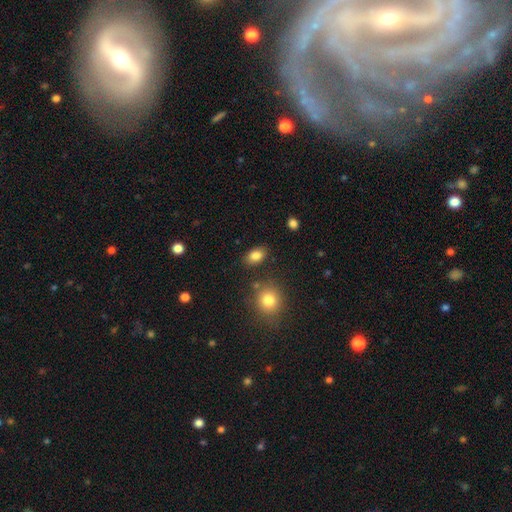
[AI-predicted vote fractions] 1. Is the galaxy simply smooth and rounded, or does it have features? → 84% smooth, 9% star or artifact, 7% featured or disk.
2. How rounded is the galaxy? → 84% in between, 15% round, 1% cigar-shaped.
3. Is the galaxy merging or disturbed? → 84% none, 10% minor disturbance, 4% merger, 3% major disturbance.